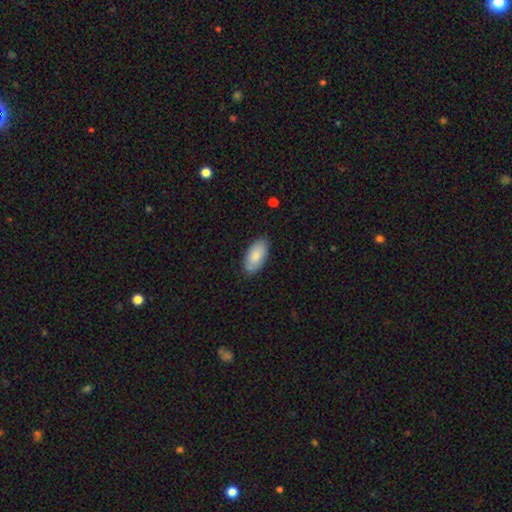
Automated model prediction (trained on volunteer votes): Morphology: type=smooth (83%); roundness=in between (94%); merging=none (83%).